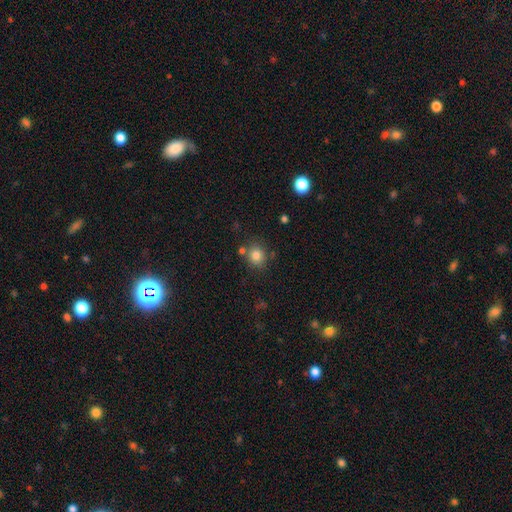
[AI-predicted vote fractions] Smooth or featured? Predicted: smooth (p=0.81). How rounded? Predicted: round (p=0.83). Merging? Predicted: none (p=0.77).